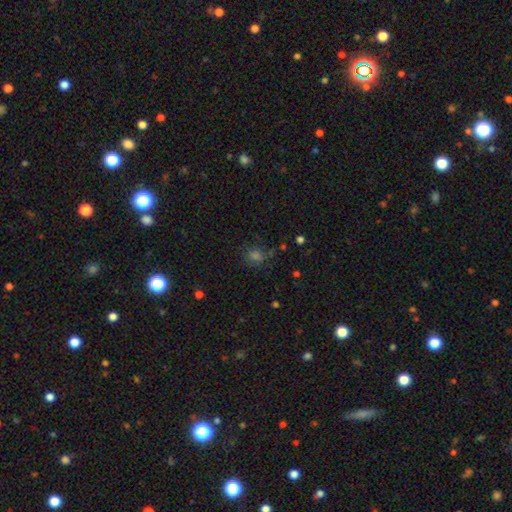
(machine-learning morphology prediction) A smooth galaxy with no disk features (50%).

Vote fractions:
- Smooth or featured? smooth: 50% / star or artifact: 38% / featured or disk: 12%
- Merging? none: 72% / minor disturbance: 16% / major disturbance: 8% / merger: 4%